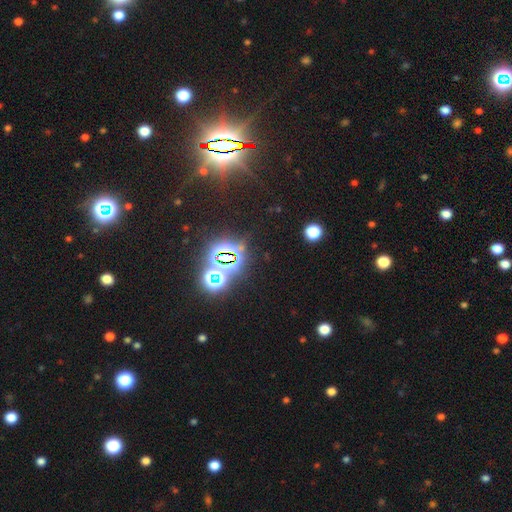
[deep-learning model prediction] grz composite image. It shows a star or artifact, not a galaxy (81%).